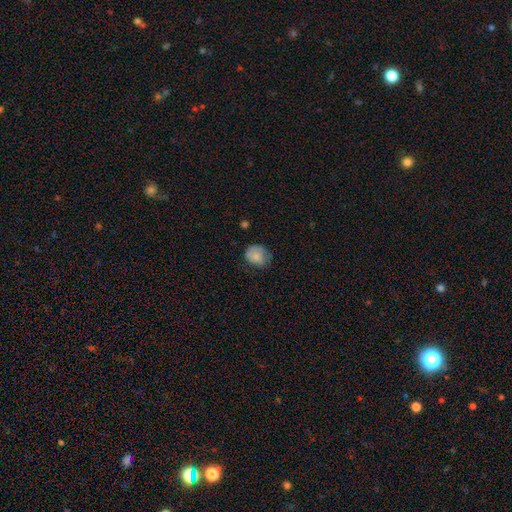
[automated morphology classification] Overall: smooth (80%). How rounded: round (60%; in between 40%). Merging: none (59%; minor disturbance 30%).